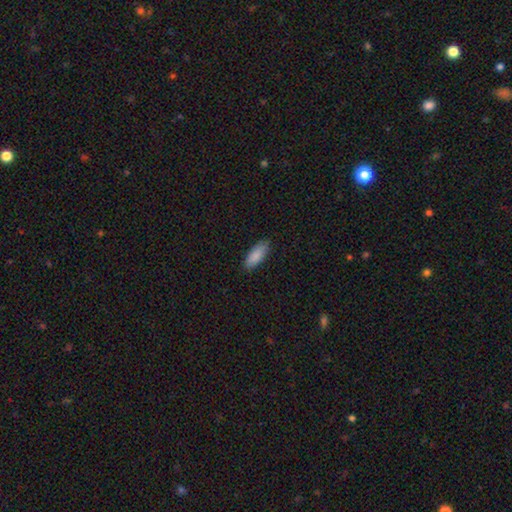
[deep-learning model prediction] Smooth or featured? Predicted: smooth (p=0.88). How rounded? Predicted: in between (p=0.76). Merging? Predicted: none (p=0.86).